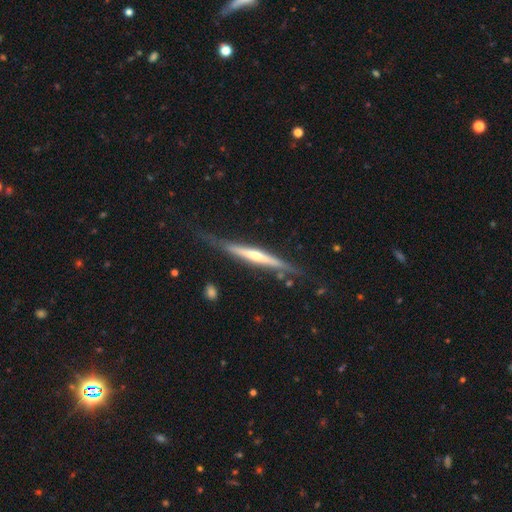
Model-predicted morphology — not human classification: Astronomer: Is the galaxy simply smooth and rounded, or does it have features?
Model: featured or disk — 74%.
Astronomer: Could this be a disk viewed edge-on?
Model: yes — 96%.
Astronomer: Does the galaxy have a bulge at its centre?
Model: rounded — 69%.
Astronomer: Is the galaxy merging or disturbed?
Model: none — 73%.